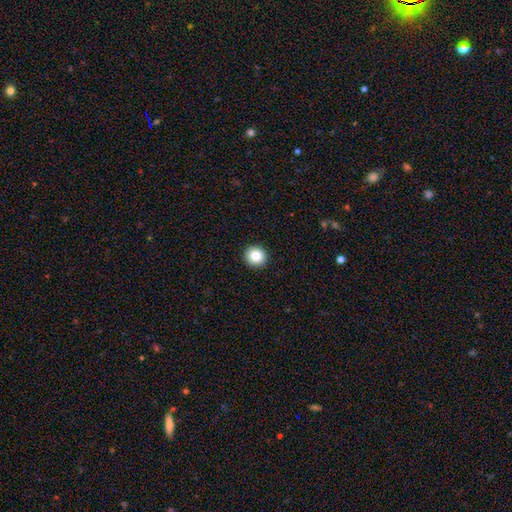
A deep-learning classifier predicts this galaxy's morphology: The model was most divided on "smooth or featured": smooth: 85%, star or artifact: 9%, featured or disk: 6%. More confident: how rounded — round (94%); merging — none (93%).